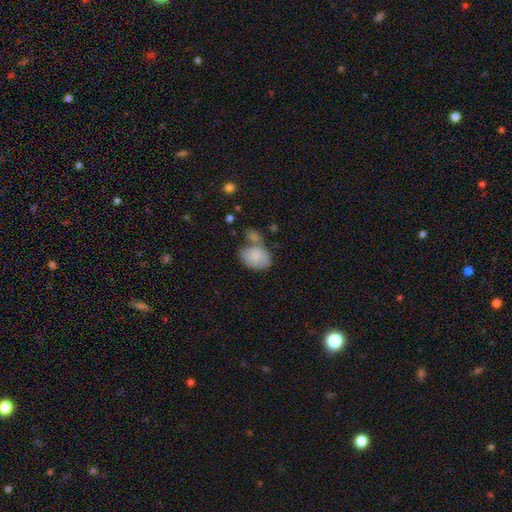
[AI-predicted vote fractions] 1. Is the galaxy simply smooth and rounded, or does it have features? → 81% smooth, 12% featured or disk, 6% star or artifact.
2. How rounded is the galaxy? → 70% in between, 29% round, 1% cigar-shaped.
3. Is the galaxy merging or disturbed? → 40% none, 32% merger, 20% minor disturbance, 8% major disturbance.